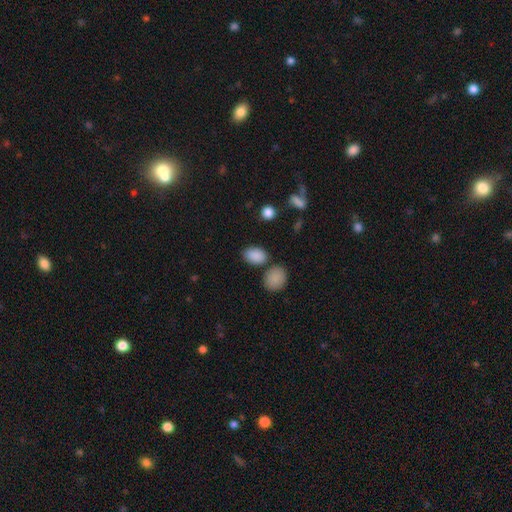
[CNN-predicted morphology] A smooth galaxy with no disk features (88%) that is in between round and cigar-shaped (86%).

Vote fractions:
- Smooth or featured? smooth: 88% / star or artifact: 8% / featured or disk: 4%
- How rounded? in between: 86% / round: 12% / cigar-shaped: 1%
- Merging? none: 75% / minor disturbance: 12% / merger: 9% / major disturbance: 4%